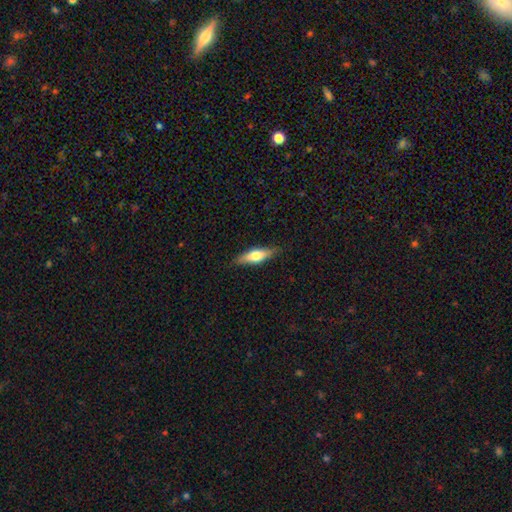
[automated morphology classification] Overall: smooth (56%; featured or disk 38%). How rounded: cigar-shaped (52%; in between 45%). Merging: none (84%).